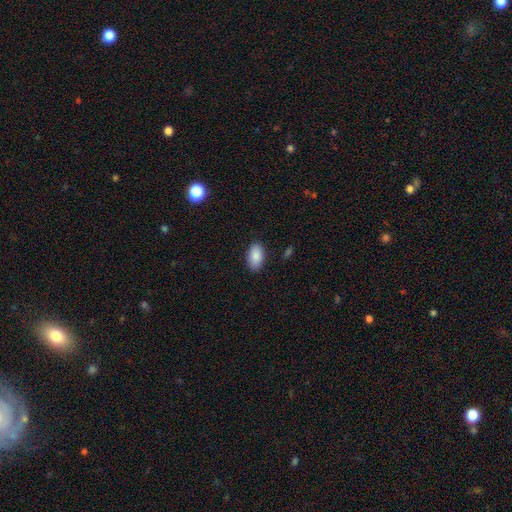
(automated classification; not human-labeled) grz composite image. It shows a smooth galaxy with no disk features (88%) that is in between round and cigar-shaped (94%). Merging: none (88%).